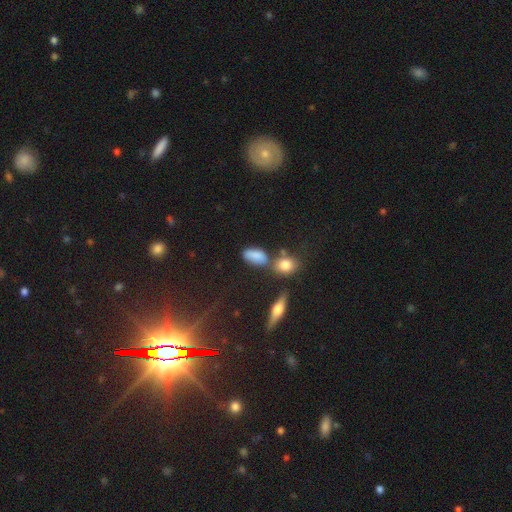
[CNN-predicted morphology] smooth-or-featured: smooth: 79% | featured or disk: 11% | star or artifact: 10%
  how-rounded: in between: 85% | cigar-shaped: 9% | round: 7%
  merging: none: 57% | merger: 19% | minor disturbance: 18% | major disturbance: 7%